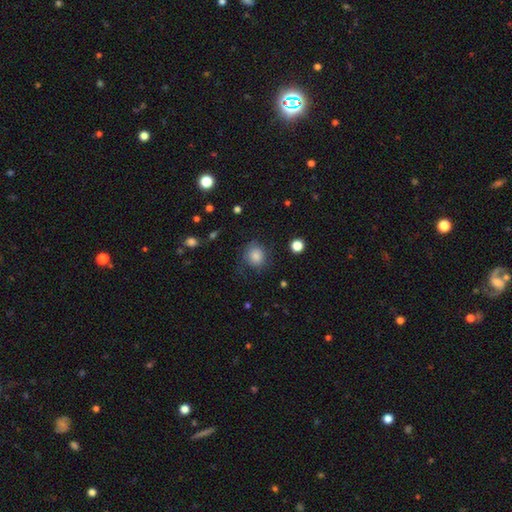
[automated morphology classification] This is likely a smooth galaxy (72%). How rounded: clearly round (80%). Merging: likely none (67%).